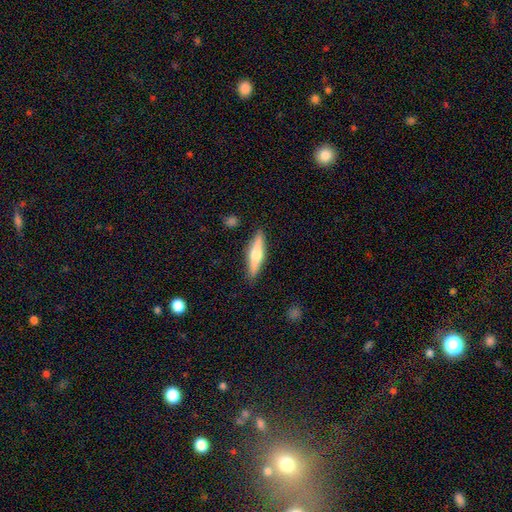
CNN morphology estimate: A featured or disk galaxy (55%) viewed edge-on (95%) with a rounded central bulge (92%). Merging: none (88%).